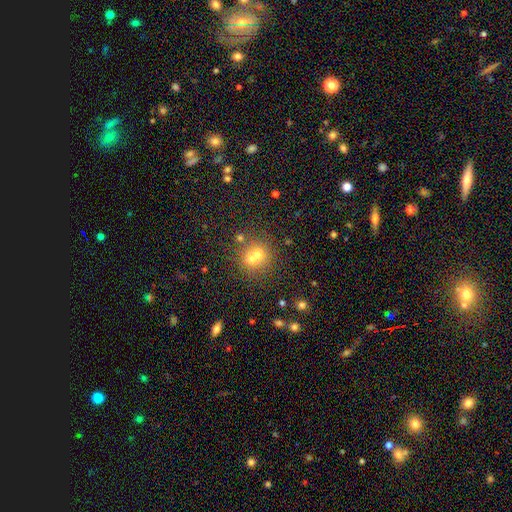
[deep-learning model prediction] This appears to be a smooth galaxy with no disk features (60%) that is round (81%). Merging: merger (49%).